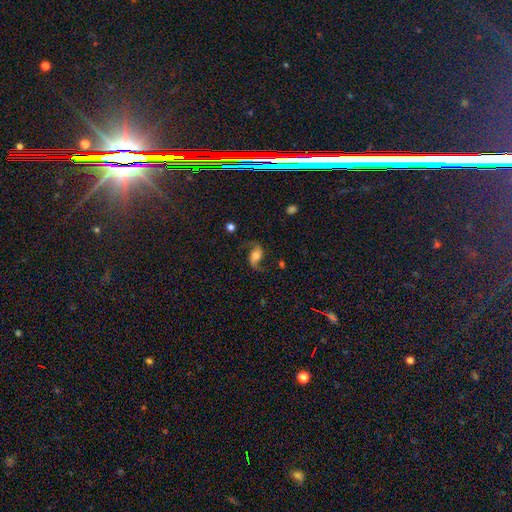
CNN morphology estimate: A featured or disk galaxy (78%) with no bar (56%), 2 (93%) loose (79%) spiral arms (95%) and a moderate central bulge (53%).

Vote fractions:
- Smooth or featured? featured or disk: 78% / smooth: 14% / star or artifact: 8%
- Edge-on disk? no: 96% / yes: 4%
- Bar? no: 56% / weak: 30% / strong: 14%
- Spiral arms? yes: 95% / no: 5%
- Spiral winding? loose: 79% / medium: 17% / tight: 4%
- Spiral arm count? 2: 93% / 1: 2% / can't tell: 2% / 3: 1% / 4: 1% / more than 4: 1%
- Bulge size? moderate: 53% / large: 23% / small: 17% / dominant: 4% / none: 4%
- Merging? none: 74% / minor disturbance: 15% / major disturbance: 9% / merger: 2%